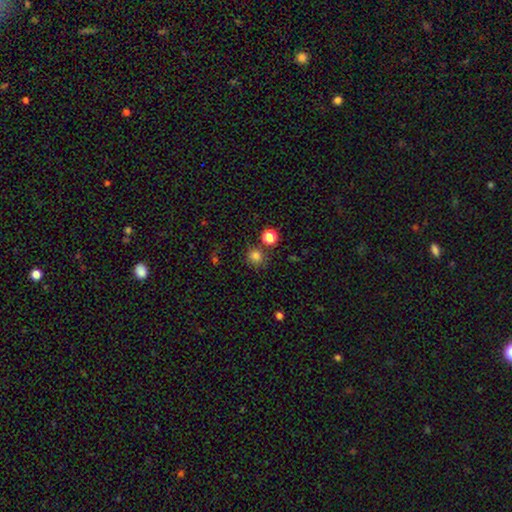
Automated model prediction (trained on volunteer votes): Smooth or featured? Predicted: smooth (p=0.81). How rounded? Predicted: round (p=0.89). Merging? Predicted: none (p=0.76).